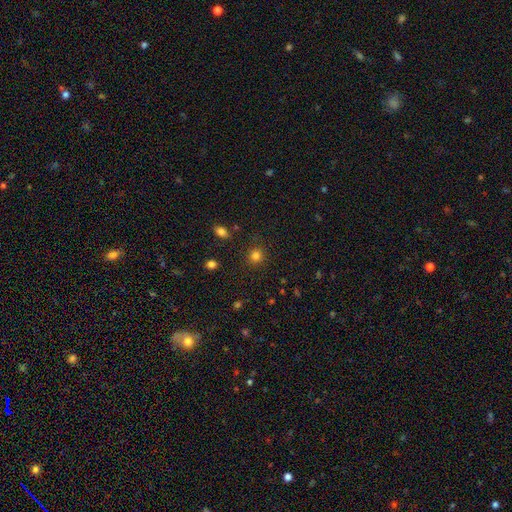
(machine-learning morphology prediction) A smooth galaxy with no disk features (81%) that is round (88%).

Vote fractions:
- Smooth or featured? smooth: 81% / star or artifact: 14% / featured or disk: 5%
- How rounded? round: 88% / in between: 11% / cigar-shaped: 1%
- Merging? none: 86% / minor disturbance: 8% / major disturbance: 3% / merger: 2%